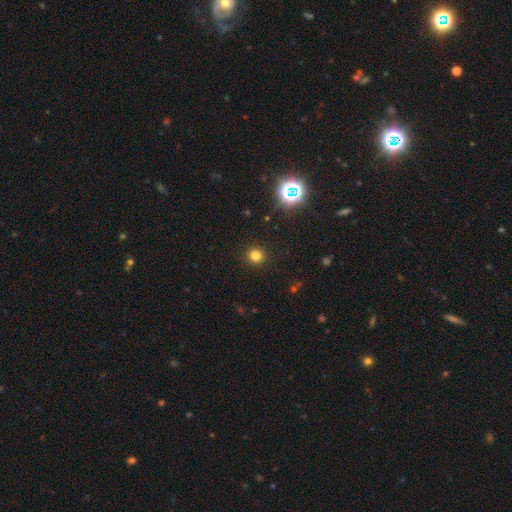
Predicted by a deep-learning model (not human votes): Smooth or featured: smooth — 78% (star or artifact — 17%)
How rounded: round — 91% (in between — 8%)
Merging: none — 92% (minor disturbance — 5%)